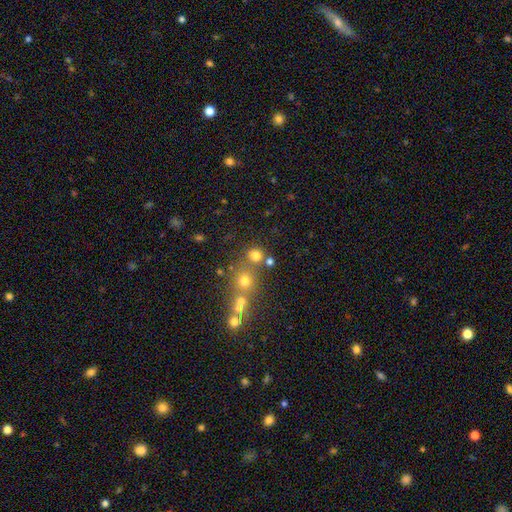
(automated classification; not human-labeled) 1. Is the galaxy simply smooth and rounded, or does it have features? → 72% smooth, 18% star or artifact, 10% featured or disk.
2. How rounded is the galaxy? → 86% round, 13% in between, 1% cigar-shaped.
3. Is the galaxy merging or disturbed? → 67% none, 20% merger, 9% minor disturbance, 5% major disturbance.